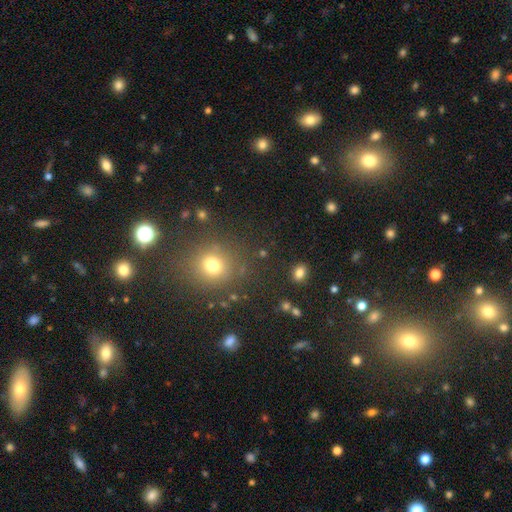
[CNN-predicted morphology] type=smooth (58%); roundness=round (87%); merging=none (87%).